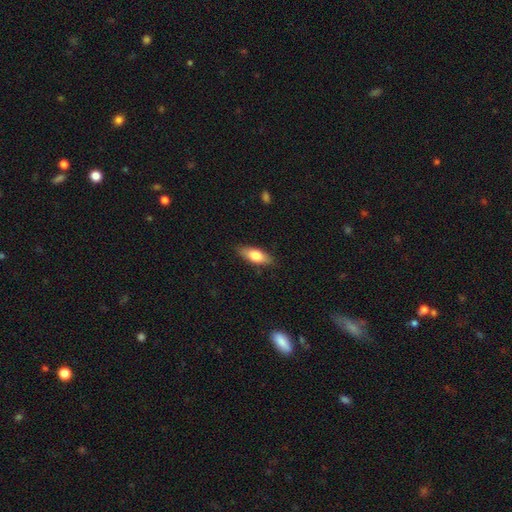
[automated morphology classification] Smooth or featured?
  - smooth: 70% *
  - featured or disk: 24%
  - star or artifact: 6%
How rounded?
  - in between: 70% *
  - cigar-shaped: 27%
  - round: 3%
Merging?
  - none: 86% *
  - minor disturbance: 11%
  - major disturbance: 2%
  - merger: 1%